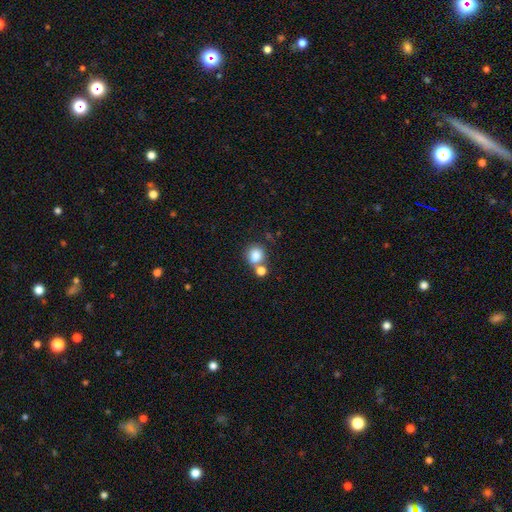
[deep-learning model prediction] The model was most divided on "merging": none: 53%, merger: 33%, minor disturbance: 10%, major disturbance: 4%. More confident: smooth or featured — smooth (82%); how rounded — round (76%).